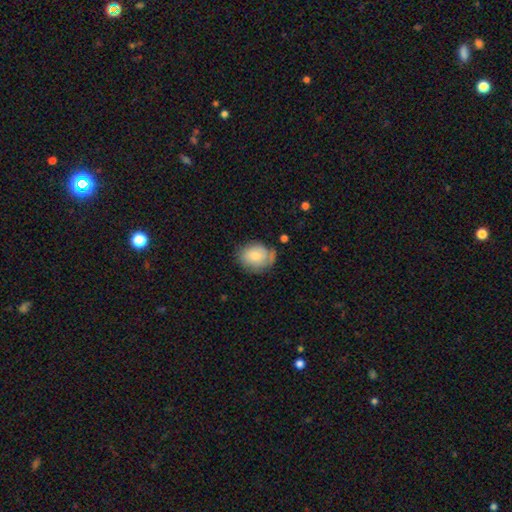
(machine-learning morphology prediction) type=smooth (76%); roundness=round (53%); merging=none (57%).